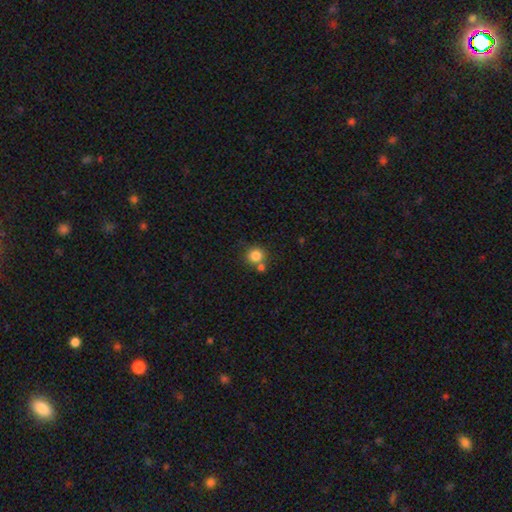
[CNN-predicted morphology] Smooth or featured: smooth — 83% (star or artifact — 11%)
How rounded: round — 90% (in between — 9%)
Merging: none — 62% (merger — 26%)